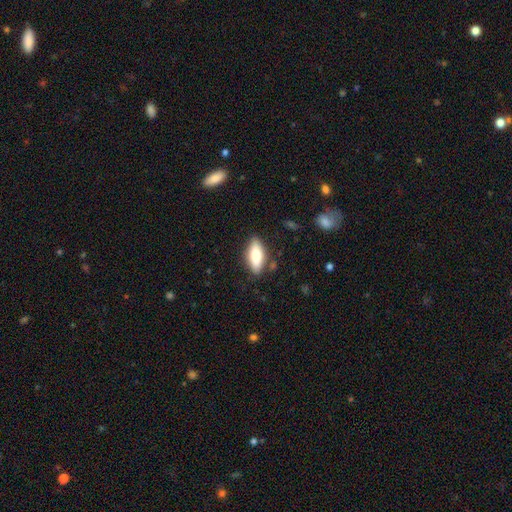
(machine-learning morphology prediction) Q: Smooth or featured?
A: smooth (72%); runner-up: featured or disk (22%)
Q: How rounded?
A: in between (74%); runner-up: cigar-shaped (23%)
Q: Merging?
A: none (82%); runner-up: minor disturbance (13%)